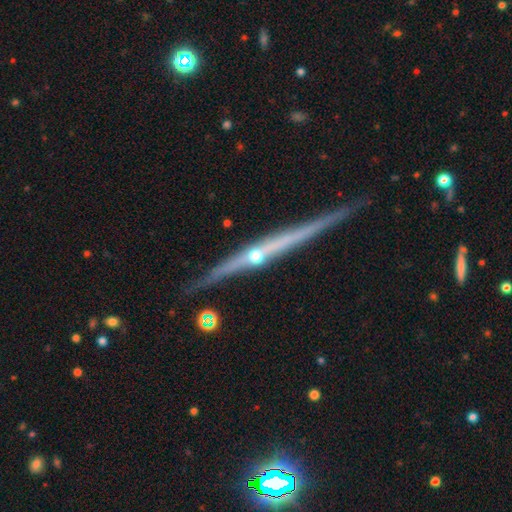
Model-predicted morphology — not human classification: The model was most divided on "edge-on bulge": rounded: 62%, none: 31%, boxy: 7%. More confident: edge-on disk — yes (98%); merging — none (85%); smooth or featured — featured or disk (84%).